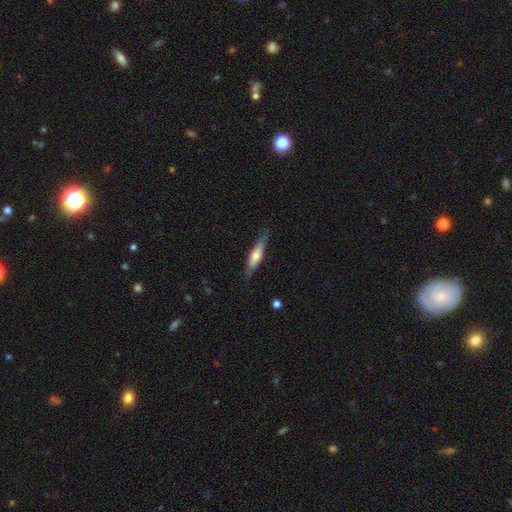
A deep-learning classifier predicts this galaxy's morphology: Overall: smooth (54%; featured or disk 40%). How rounded: cigar-shaped (75%). Merging: none (76%).